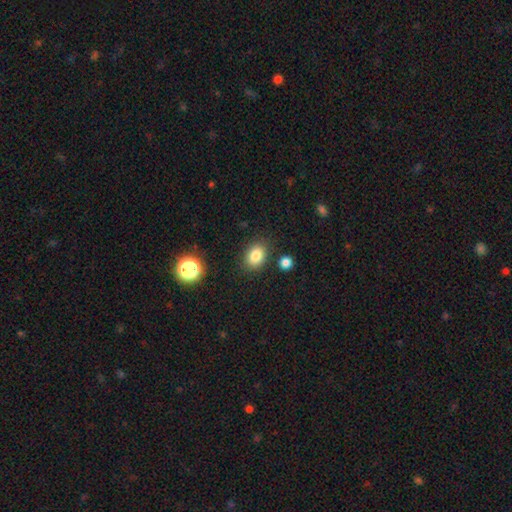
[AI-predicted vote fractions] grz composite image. It shows a smooth galaxy with no disk features (83%) that is in between round and cigar-shaped (64%). Merging: none (83%).